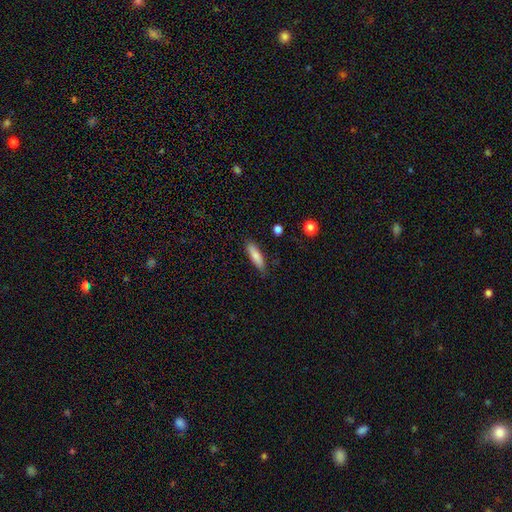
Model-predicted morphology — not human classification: smooth 83%, featured or disk 10%, star or artifact 6%. Down the decision tree: how rounded — cigar-shaped (64%); merging — none (82%).